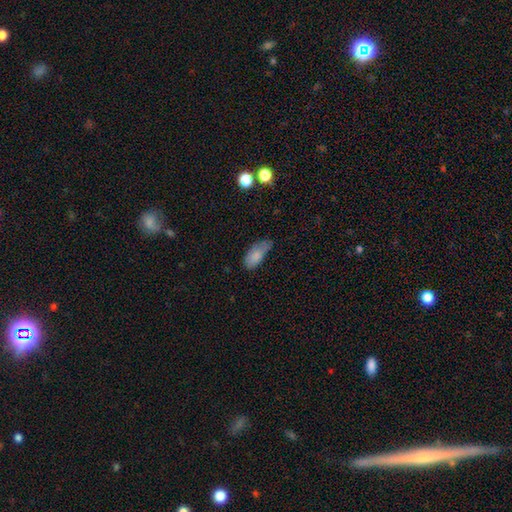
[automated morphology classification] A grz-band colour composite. It shows a smooth galaxy with no disk features (81%) that is in between round and cigar-shaped (87%). Merging: none (43%).